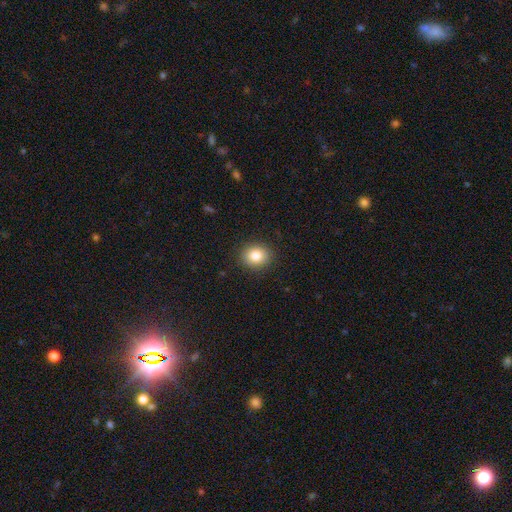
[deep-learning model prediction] Smooth or featured? smooth (83%)
How rounded? round (69%)
Merging? none (90%)